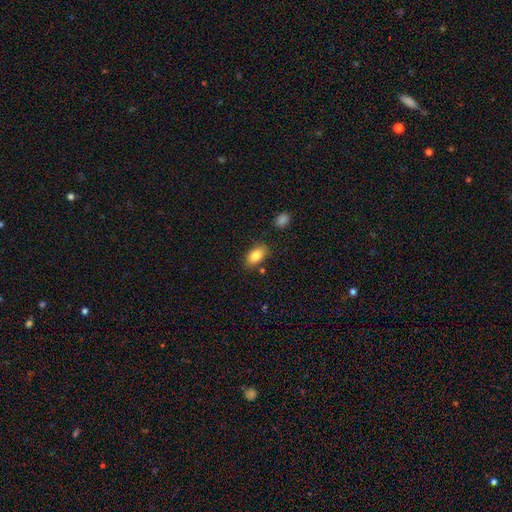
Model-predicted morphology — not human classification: smooth_or_featured: smooth (p=0.83) [alt: featured or disk p=0.09]
how_rounded: in between (p=0.91) [alt: round p=0.06]
merging: none (p=0.81) [alt: minor disturbance p=0.13]